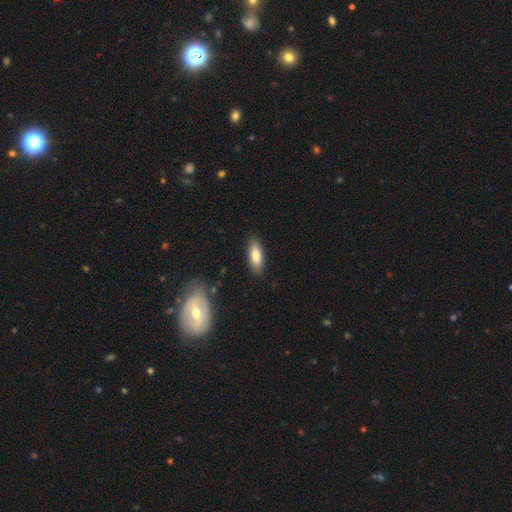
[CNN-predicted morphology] Smooth or featured? Predicted: smooth (p=0.80). How rounded? Predicted: in between (p=0.65). Merging? Predicted: none (p=0.86).